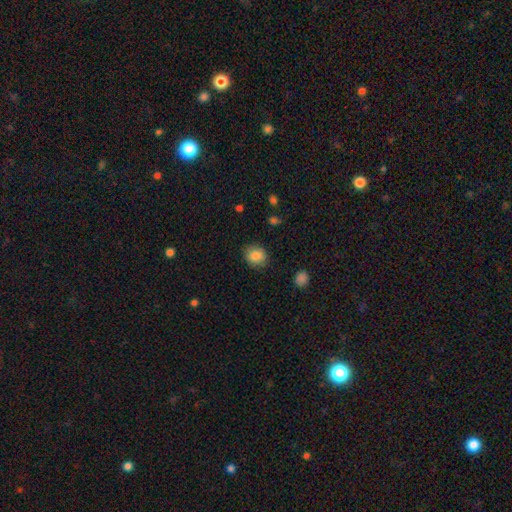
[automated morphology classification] Smooth or featured?
  - smooth: 86% *
  - star or artifact: 9%
  - featured or disk: 5%
How rounded?
  - round: 70% *
  - in between: 29%
  - cigar-shaped: 1%
Merging?
  - none: 85% *
  - minor disturbance: 11%
  - major disturbance: 3%
  - merger: 1%